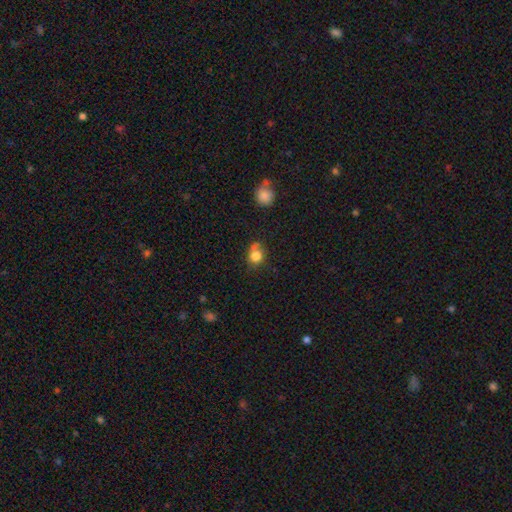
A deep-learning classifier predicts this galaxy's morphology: Q: Smooth or featured?
A: smooth (80%); runner-up: star or artifact (11%)
Q: How rounded?
A: round (69%); runner-up: in between (30%)
Q: Merging?
A: none (53%); runner-up: minor disturbance (26%)